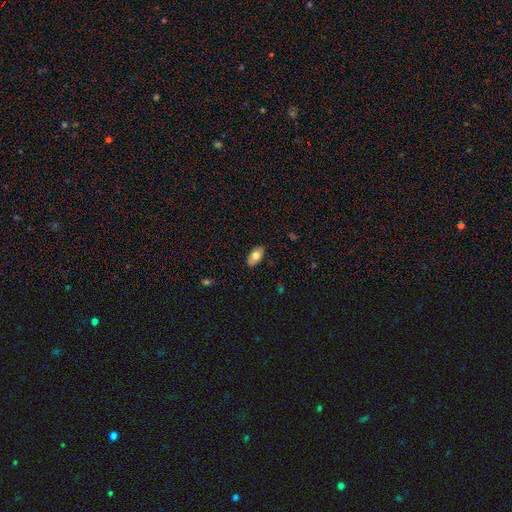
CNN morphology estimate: Smooth or featured? smooth (74%)
How rounded? in between (92%)
Merging? none (87%)